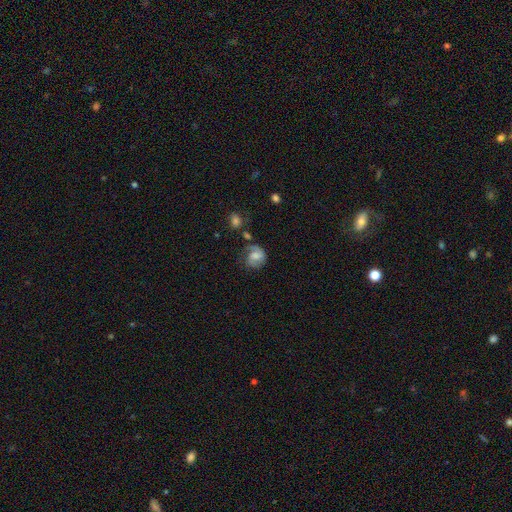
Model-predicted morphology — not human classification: The model was most divided on "bar": no: 45%, weak: 44%, strong: 11%. Remaining: edge-on disk — no (98%); spiral arms — yes (89%); spiral arm count — 2 (61%); smooth or featured — featured or disk (59%); merging — none (53%); bulge size — moderate (45%); spiral winding — medium (45%).